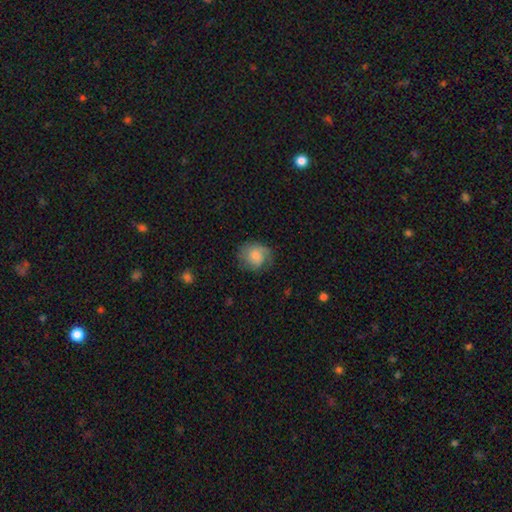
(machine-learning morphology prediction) A smooth galaxy with no disk features (57%) that is round (74%).

Vote fractions:
- Smooth or featured? smooth: 57% / featured or disk: 35% / star or artifact: 7%
- How rounded? round: 74% / in between: 25% / cigar-shaped: 1%
- Merging? none: 65% / minor disturbance: 23% / major disturbance: 11% / merger: 1%